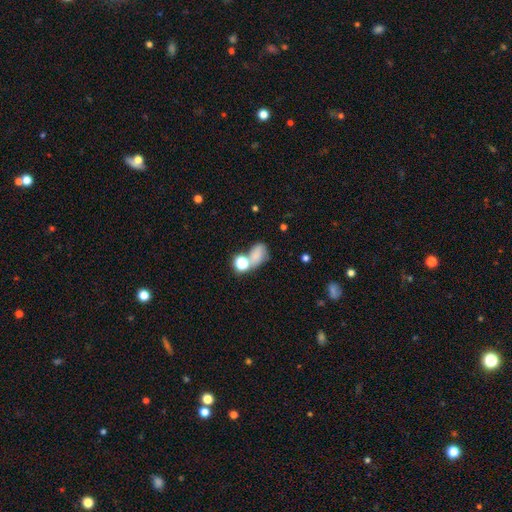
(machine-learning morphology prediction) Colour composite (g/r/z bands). It shows a smooth galaxy with no disk features (70%) that is in between round and cigar-shaped (73%). Merging: merger (38%).